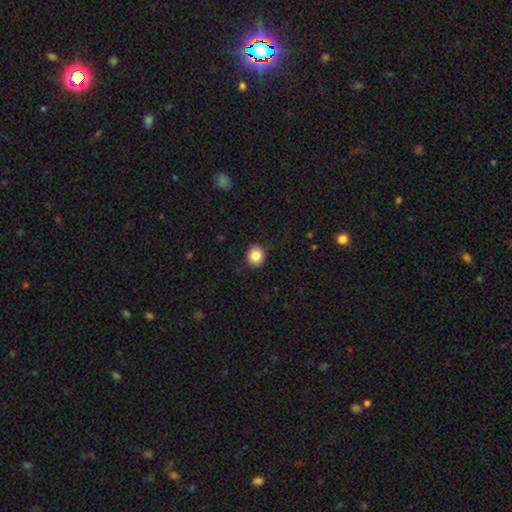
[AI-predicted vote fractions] smooth-or-featured: smooth: 85% | star or artifact: 9% | featured or disk: 5%
  how-rounded: round: 81% | in between: 18% | cigar-shaped: 1%
  merging: none: 89% | minor disturbance: 8% | major disturbance: 2% | merger: 1%